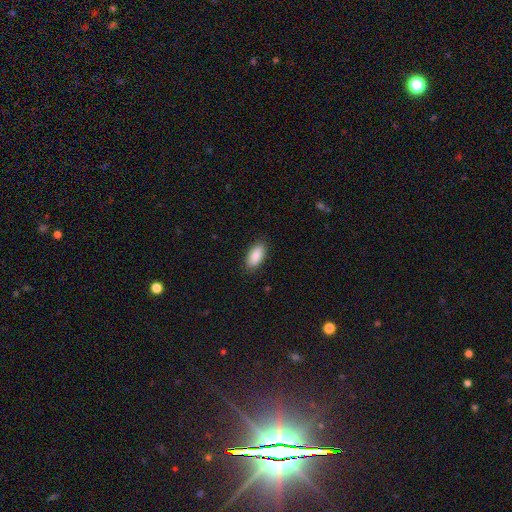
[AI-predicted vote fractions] Overall: smooth (90%). How rounded: in between (92%). Merging: none (89%).